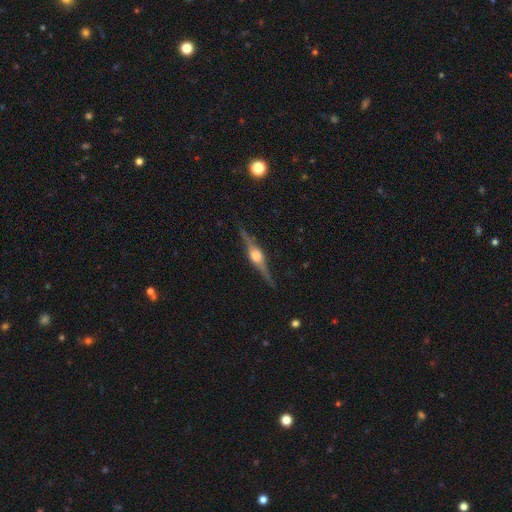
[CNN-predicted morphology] smooth_or_featured: featured or disk (p=0.86) [alt: smooth p=0.08]
disk_edge_on: yes (p=0.98) [alt: no p=0.02]
edge_on_bulge: rounded (p=0.89) [alt: boxy p=0.09]
merging: none (p=0.89) [alt: minor disturbance p=0.08]